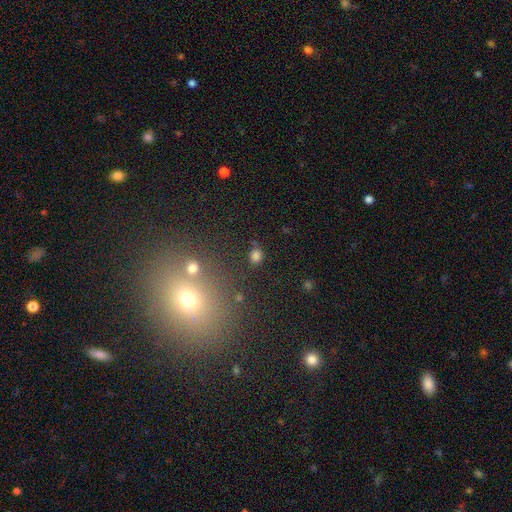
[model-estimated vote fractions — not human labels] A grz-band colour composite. It shows a smooth galaxy with no disk features (79%) that is round (67%). Merging: none (80%).